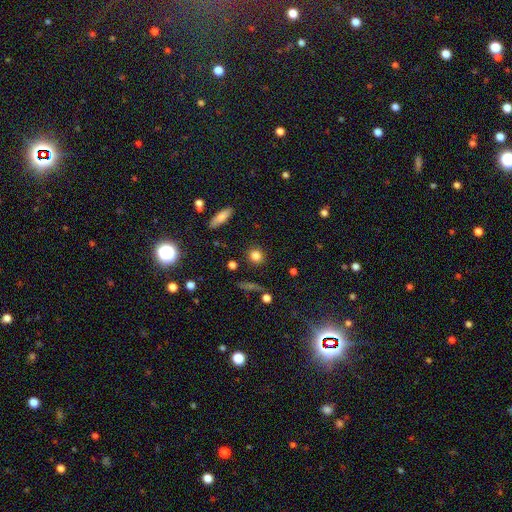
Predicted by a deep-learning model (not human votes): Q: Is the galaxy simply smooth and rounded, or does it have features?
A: smooth — 82%.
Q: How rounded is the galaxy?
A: round — 83%.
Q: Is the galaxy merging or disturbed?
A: none — 88%.